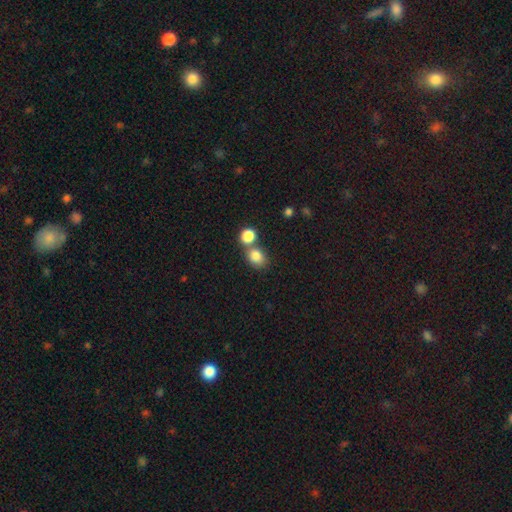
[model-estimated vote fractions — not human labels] smooth_or_featured: smooth (p=0.83) [alt: star or artifact p=0.10]
how_rounded: round (p=0.58) [alt: in between p=0.41]
merging: none (p=0.49) [alt: merger p=0.38]